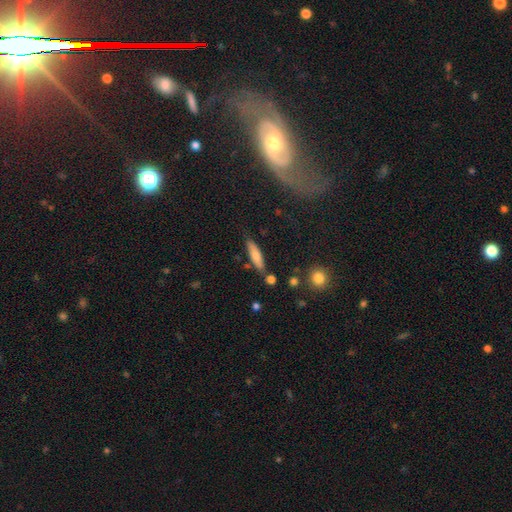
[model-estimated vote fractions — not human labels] This is likely a smooth galaxy (70%). How rounded: likely cigar-shaped (73%). Merging: likely none (76%).